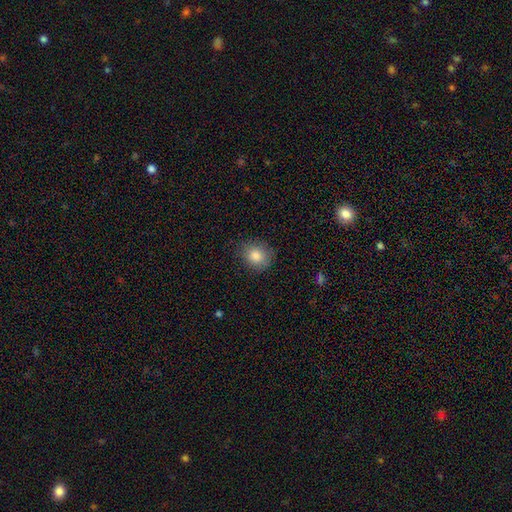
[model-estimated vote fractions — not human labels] Smooth or featured?
  - smooth: 84% *
  - star or artifact: 10%
  - featured or disk: 7%
How rounded?
  - round: 76% *
  - in between: 23%
  - cigar-shaped: 1%
Merging?
  - none: 83% *
  - minor disturbance: 13%
  - major disturbance: 3%
  - merger: 1%